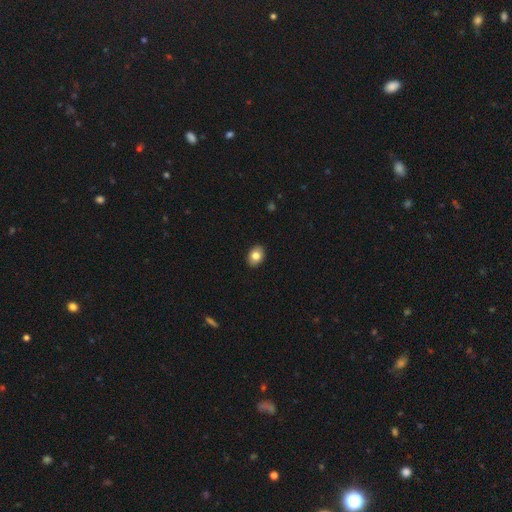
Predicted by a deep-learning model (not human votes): Smooth or featured? smooth (81%)
How rounded? in between (74%)
Merging? none (90%)